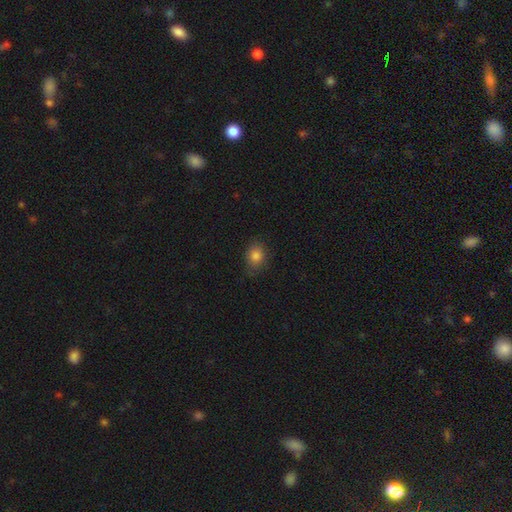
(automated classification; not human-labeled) Smooth or featured: smooth — 84% (star or artifact — 11%)
How rounded: round — 51% (in between — 48%)
Merging: none — 78% (minor disturbance — 18%)